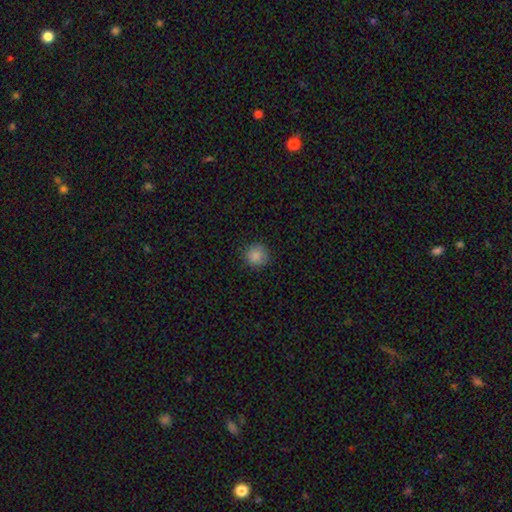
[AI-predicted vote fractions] A smooth galaxy with no disk features (86%) that is round (94%). Merging: none (89%).